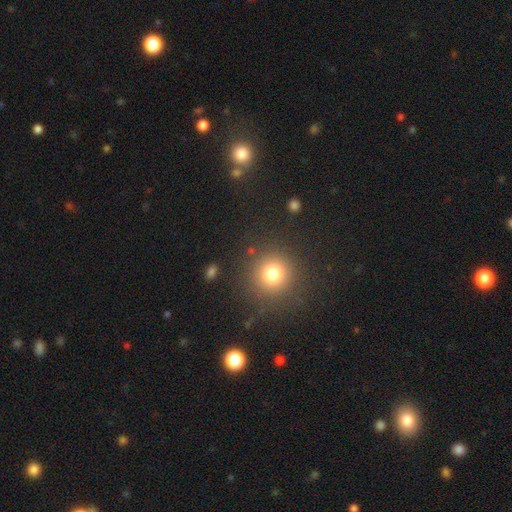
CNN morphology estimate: Q: Smooth or featured?
A: smooth (70%); runner-up: star or artifact (24%)
Q: How rounded?
A: round (95%); runner-up: in between (4%)
Q: Merging?
A: none (89%); runner-up: minor disturbance (6%)